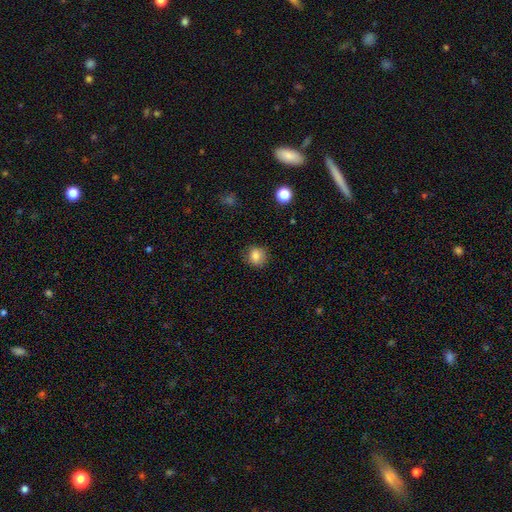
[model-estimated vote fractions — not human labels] A smooth galaxy with no disk features (82%) that is round (77%). Merging: none (84%).